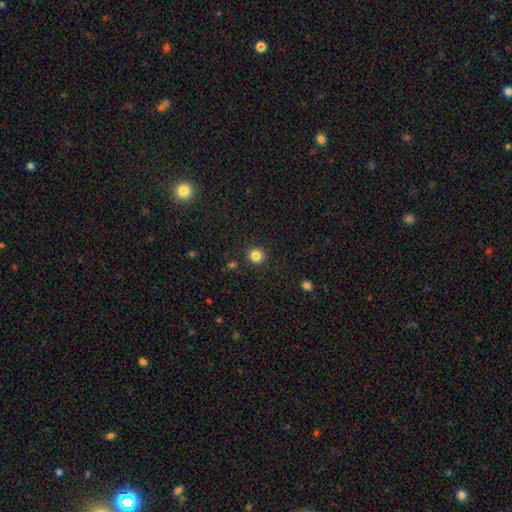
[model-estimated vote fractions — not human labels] Smooth or featured: smooth — 84% (star or artifact — 12%)
How rounded: round — 95% (in between — 4%)
Merging: none — 92% (minor disturbance — 5%)